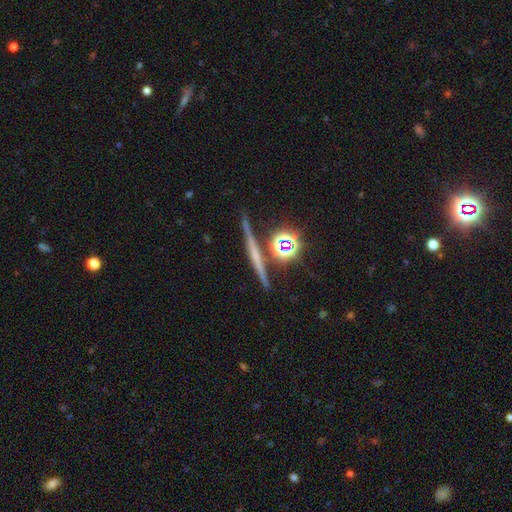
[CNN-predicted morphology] This is possibly a featured or disk galaxy (51%). It is clearly viewed edge-on (94%). Merging: clearly none (82%).